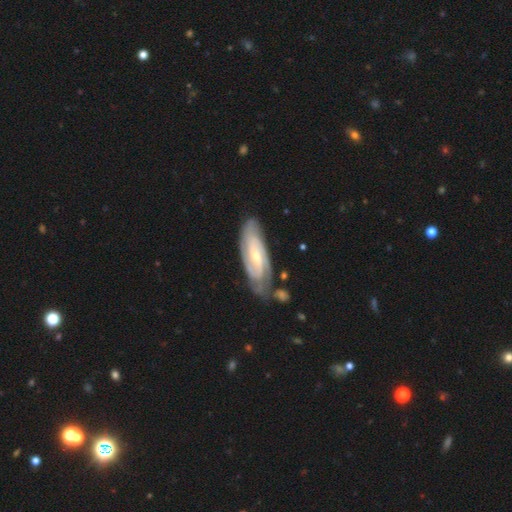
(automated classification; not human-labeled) This appears to be a featured or disk galaxy (80%) with a weak bar (43%), 2 (47%) tight (59%) spiral arms (95%) and a small central bulge (58%). Merging: none (67%).